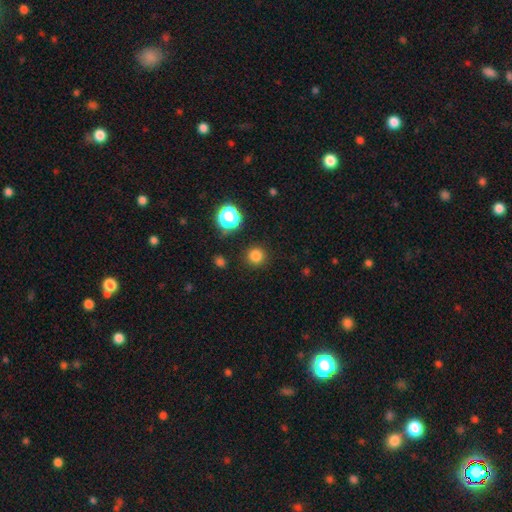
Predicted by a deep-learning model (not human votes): Morphology: type=smooth (80%); roundness=round (94%); merging=none (90%).